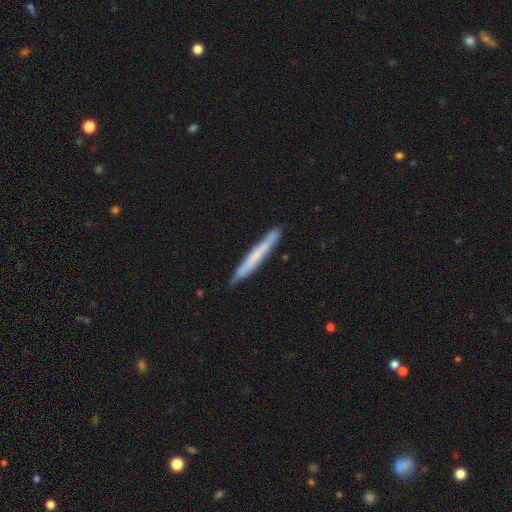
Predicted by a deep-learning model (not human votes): Overall: smooth (59%; featured or disk 35%). How rounded: cigar-shaped (97%). Merging: none (87%).